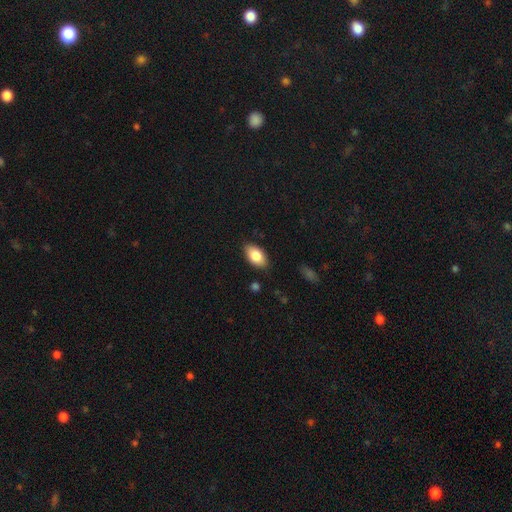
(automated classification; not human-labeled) Morphology: type=smooth (83%); roundness=in between (93%); merging=none (85%).